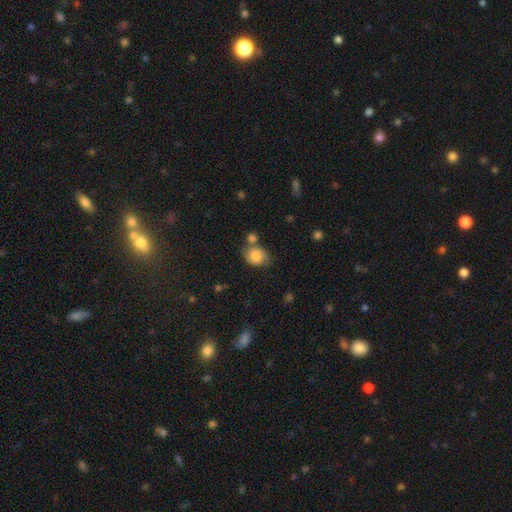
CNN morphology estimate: This appears to be a smooth galaxy with no disk features (79%) that is round (65%). Merging: none (59%).